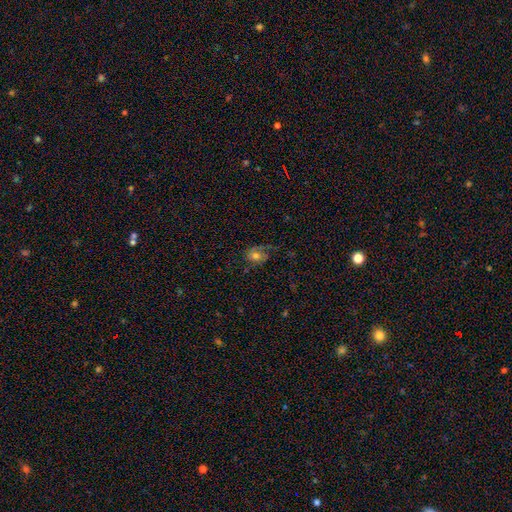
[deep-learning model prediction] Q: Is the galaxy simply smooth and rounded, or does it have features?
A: smooth — 45%.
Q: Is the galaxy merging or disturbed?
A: none — 50%.